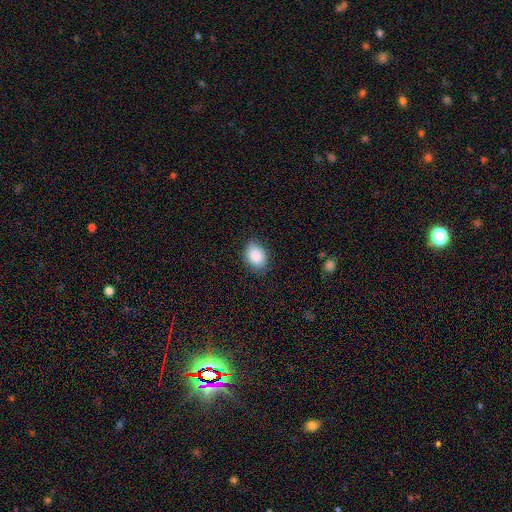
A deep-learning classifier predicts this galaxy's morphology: Q: Smooth or featured?
A: smooth (89%); runner-up: star or artifact (7%)
Q: How rounded?
A: in between (79%); runner-up: round (20%)
Q: Merging?
A: none (82%); runner-up: minor disturbance (14%)